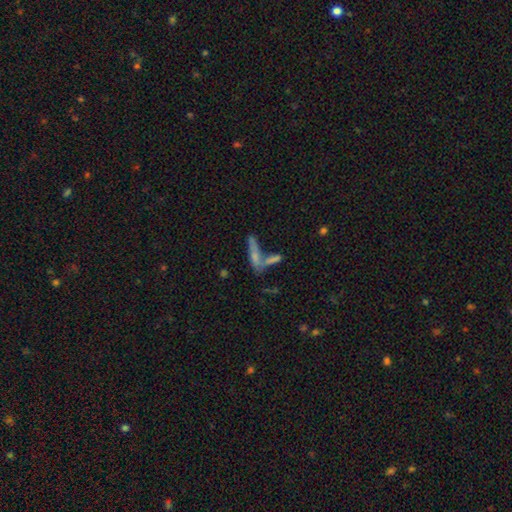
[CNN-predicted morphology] A smooth galaxy with no disk features (52%) that is cigar-shaped (75%). Merging: merger (43%).